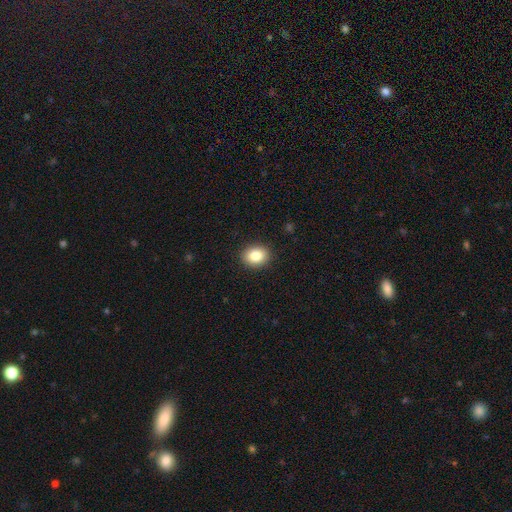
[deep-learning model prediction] Smooth or featured: smooth — 84% (star or artifact — 9%)
How rounded: round — 53% (in between — 46%)
Merging: none — 91% (minor disturbance — 7%)